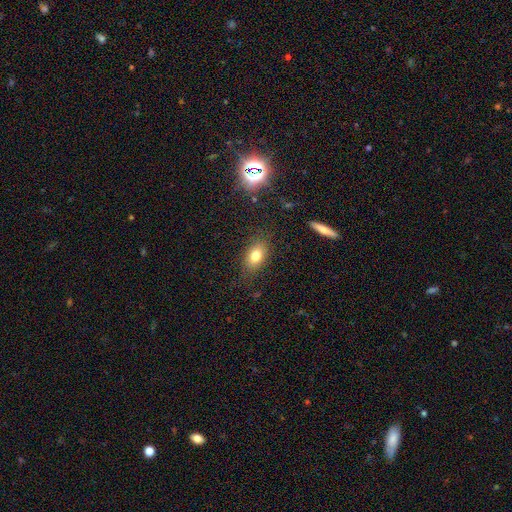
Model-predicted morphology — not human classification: smooth 77%, featured or disk 12%, star or artifact 10%. Down the decision tree: how rounded — in between (83%); merging — none (81%).